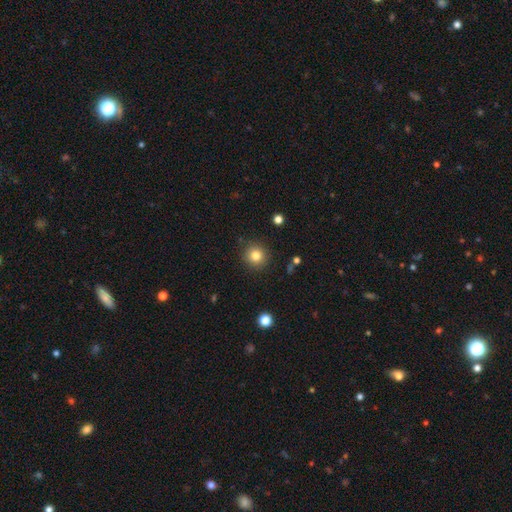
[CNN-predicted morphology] This appears to be a smooth galaxy with no disk features (82%) that is round (94%). Merging: none (89%).